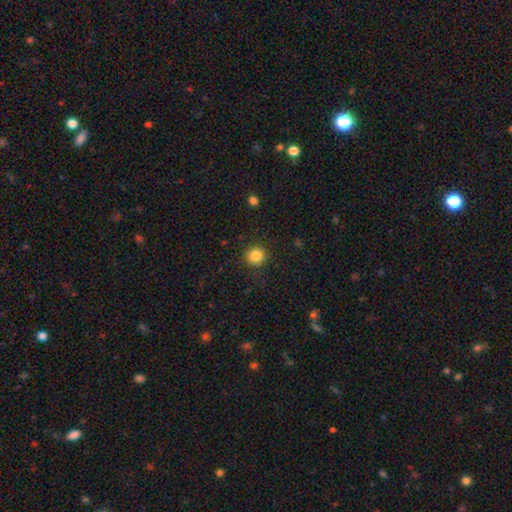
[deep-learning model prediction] Smooth or featured: smooth — 84% (star or artifact — 11%)
How rounded: round — 91% (in between — 8%)
Merging: none — 90% (minor disturbance — 6%)